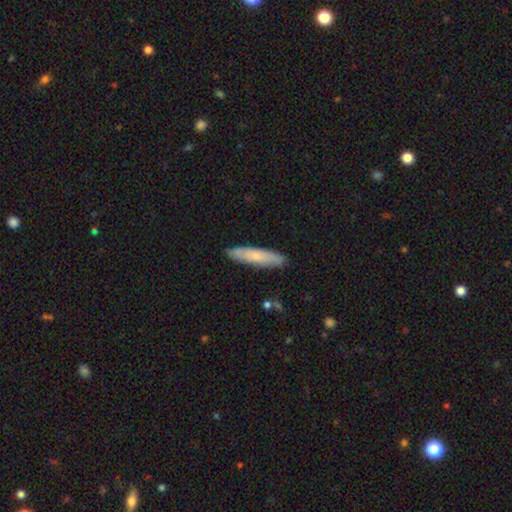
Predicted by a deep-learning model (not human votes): Overall: smooth (65%; featured or disk 29%). How rounded: cigar-shaped (81%). Merging: none (87%).